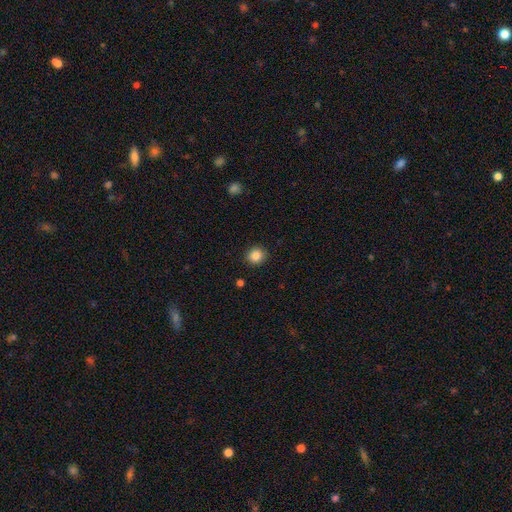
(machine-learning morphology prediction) Smooth or featured: smooth — 86% (star or artifact — 10%)
How rounded: round — 87% (in between — 12%)
Merging: none — 91% (minor disturbance — 6%)